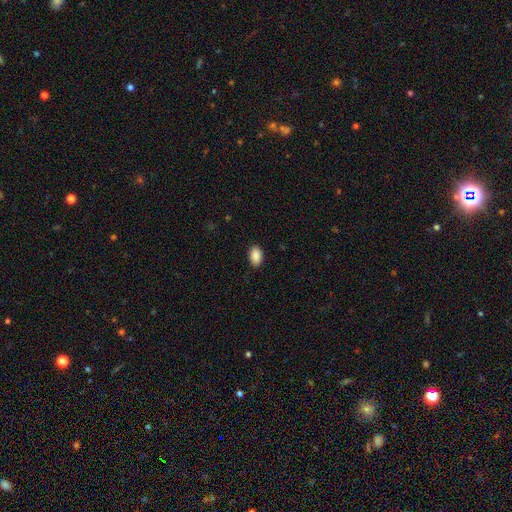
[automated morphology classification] smooth 90%, star or artifact 7%, featured or disk 3%. Down the decision tree: how rounded — in between (88%); merging — none (89%).